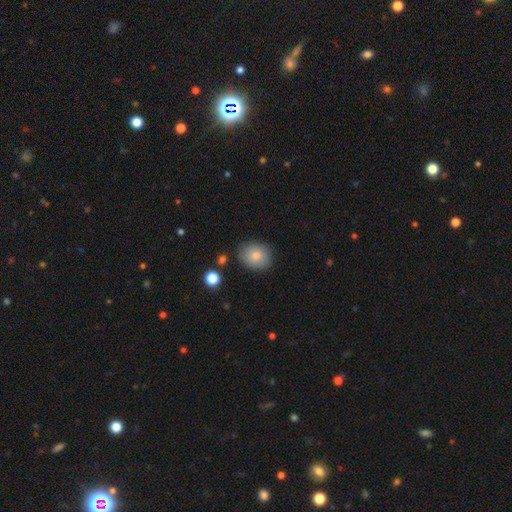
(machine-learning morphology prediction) This appears to be a smooth galaxy with no disk features (82%) that is round (56%). Merging: none (82%).